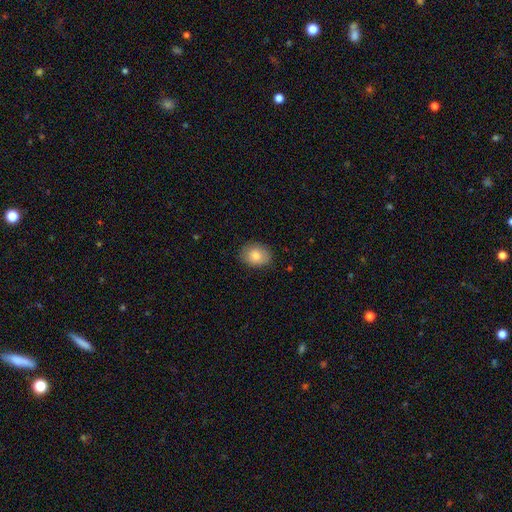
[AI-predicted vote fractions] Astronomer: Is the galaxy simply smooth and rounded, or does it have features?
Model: smooth — 83%.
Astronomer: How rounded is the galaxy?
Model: in between — 60% (runner-up: round, 39%).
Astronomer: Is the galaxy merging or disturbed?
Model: none — 82%.